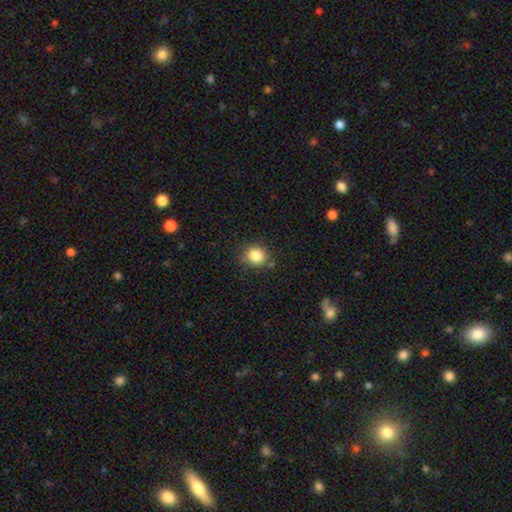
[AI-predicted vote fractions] Smooth or featured: smooth — 84% (star or artifact — 11%)
How rounded: round — 81% (in between — 18%)
Merging: none — 80% (minor disturbance — 13%)